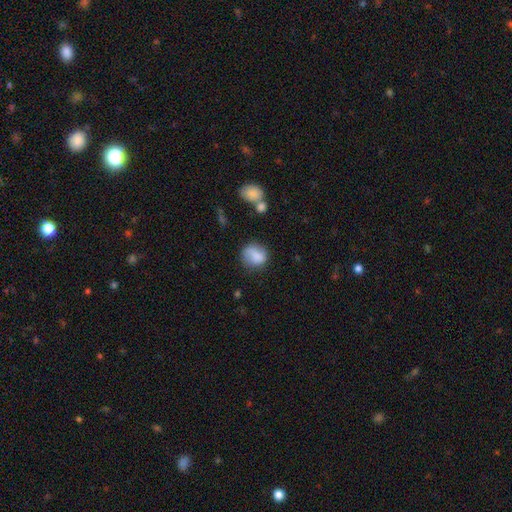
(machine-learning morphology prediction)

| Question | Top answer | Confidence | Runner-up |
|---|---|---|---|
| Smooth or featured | smooth | 79% | featured or disk (13%) |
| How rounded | round | 68% | in between (31%) |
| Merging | none | 57% | minor disturbance (26%) |